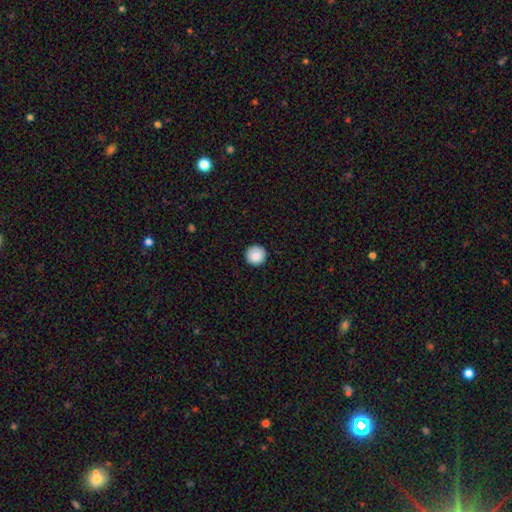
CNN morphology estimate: Overall: smooth (88%). How rounded: round (95%). Merging: none (91%).